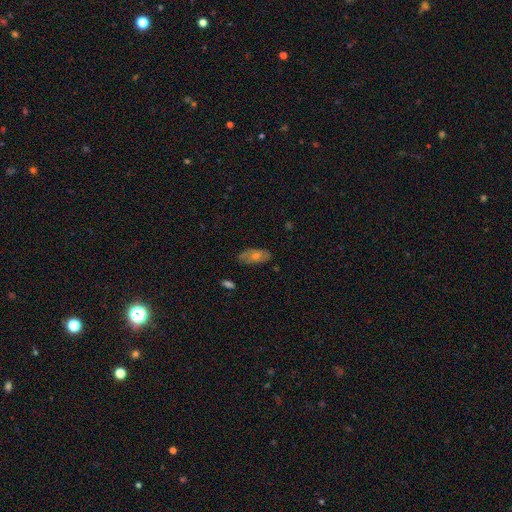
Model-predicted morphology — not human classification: Smooth or featured?
  - featured or disk: 47% *
  - smooth: 41%
  - star or artifact: 12%
Merging?
  - none: 80% *
  - minor disturbance: 15%
  - major disturbance: 3%
  - merger: 2%